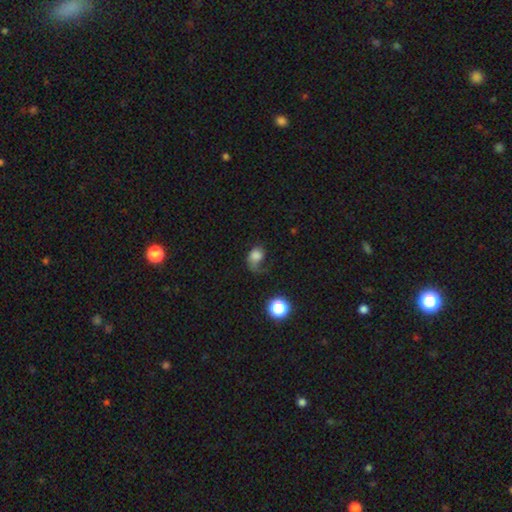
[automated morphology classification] Overall: smooth (63%; featured or disk 26%). How rounded: in between (51%; round 48%). Merging: major disturbance (47%; none 27%).